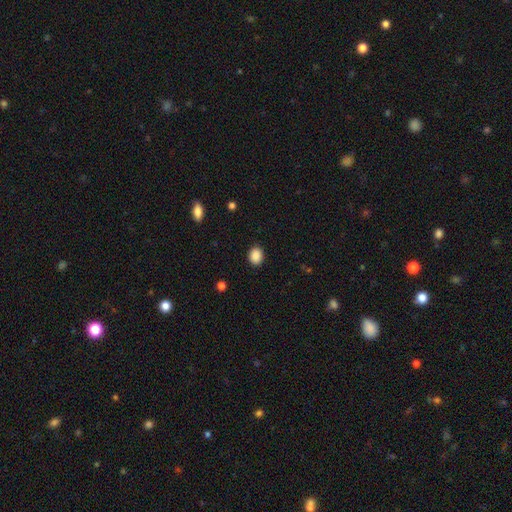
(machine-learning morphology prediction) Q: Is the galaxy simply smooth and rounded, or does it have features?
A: smooth — 88%.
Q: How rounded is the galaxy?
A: round — 55%.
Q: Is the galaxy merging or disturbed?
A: none — 88%.